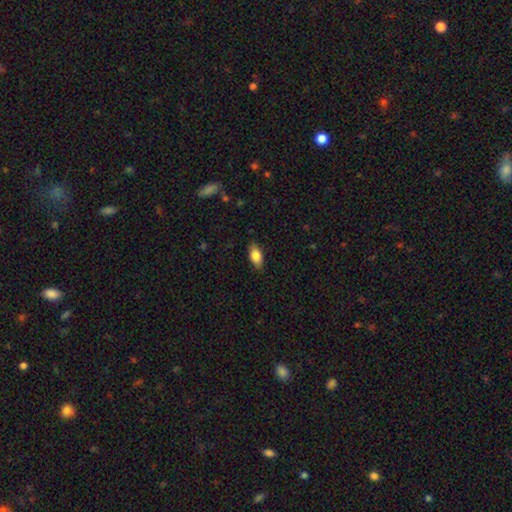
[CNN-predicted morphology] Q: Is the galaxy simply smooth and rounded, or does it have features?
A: smooth — 80%.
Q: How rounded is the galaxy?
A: in between — 88%.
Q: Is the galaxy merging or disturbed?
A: none — 85%.